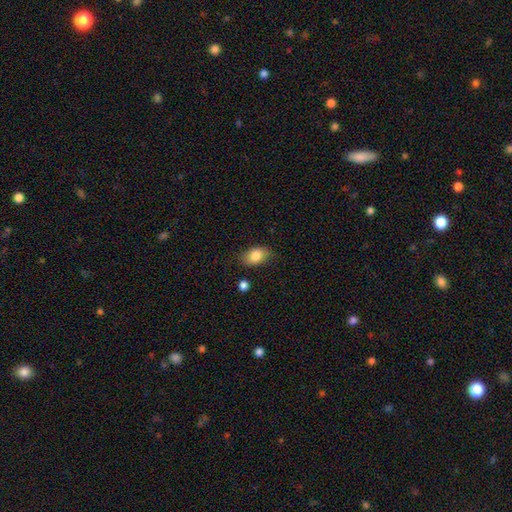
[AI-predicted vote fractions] Smooth or featured? Predicted: smooth (p=0.83). How rounded? Predicted: in between (p=0.85). Merging? Predicted: none (p=0.79).